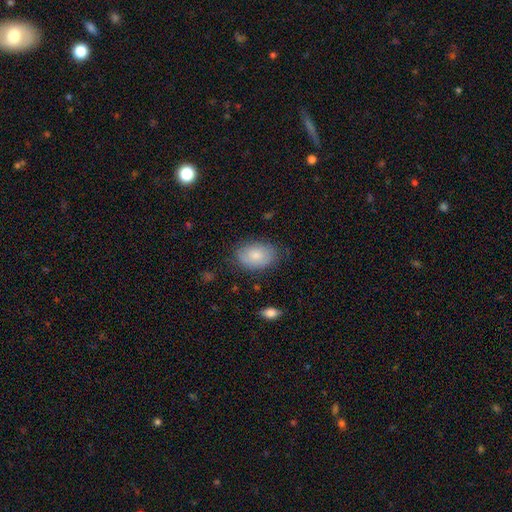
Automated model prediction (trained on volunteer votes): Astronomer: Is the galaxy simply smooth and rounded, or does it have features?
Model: smooth — 75%.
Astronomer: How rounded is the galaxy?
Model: in between — 86%.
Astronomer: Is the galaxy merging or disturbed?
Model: none — 75%.